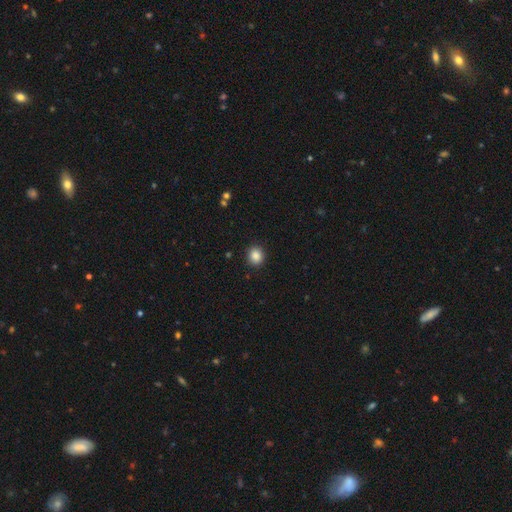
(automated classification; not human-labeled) Smooth or featured: smooth — 87% (star or artifact — 10%)
How rounded: round — 79% (in between — 20%)
Merging: none — 91% (minor disturbance — 6%)